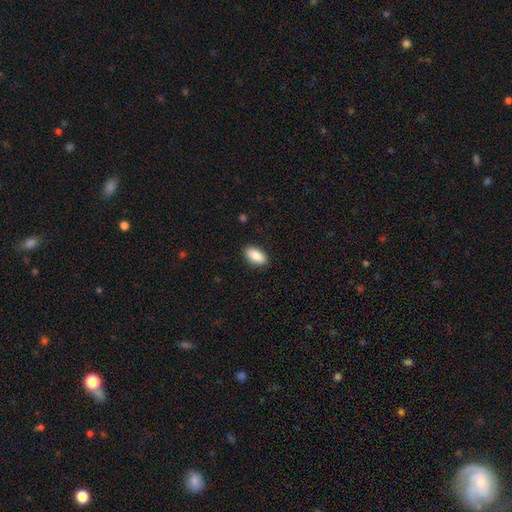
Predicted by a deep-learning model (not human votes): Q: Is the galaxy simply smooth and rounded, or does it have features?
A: smooth — 89%.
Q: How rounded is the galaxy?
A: in between — 92%.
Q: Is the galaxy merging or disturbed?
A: none — 89%.